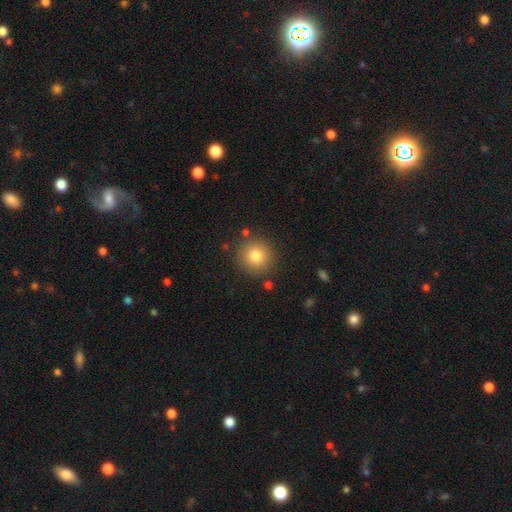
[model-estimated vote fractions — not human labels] This appears to be a smooth galaxy with no disk features (80%) that is round (93%). Merging: none (87%).